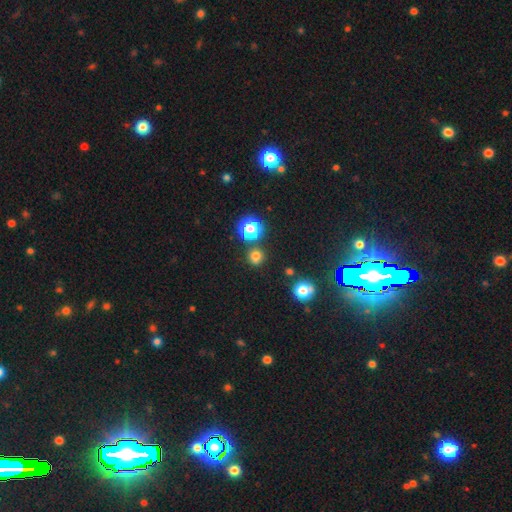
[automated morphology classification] Overall: smooth (69%). How rounded: round (88%). Merging: none (77%).